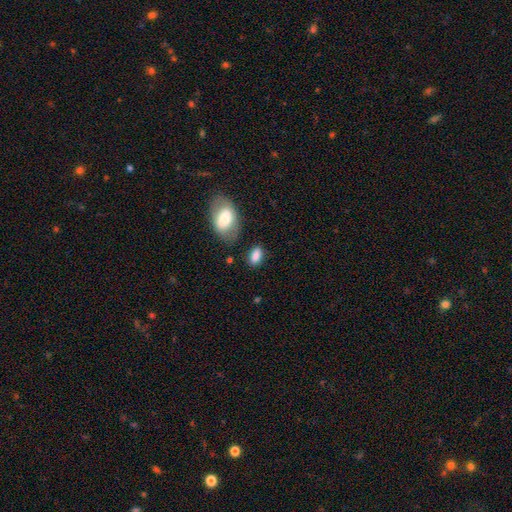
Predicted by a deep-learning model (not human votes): Smooth or featured: smooth — 85% (star or artifact — 8%)
How rounded: in between — 88% (round — 8%)
Merging: none — 70% (minor disturbance — 18%)